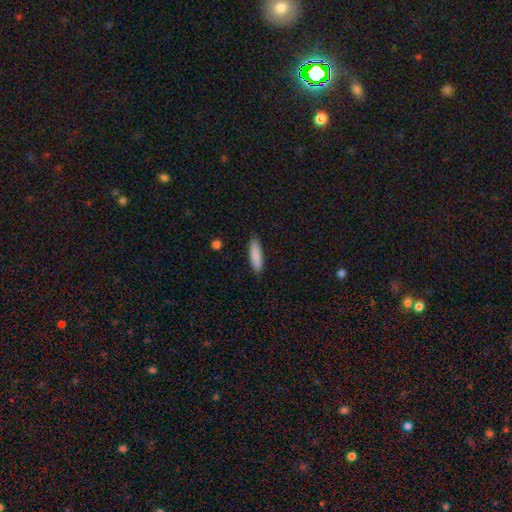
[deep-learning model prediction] Smooth or featured? Predicted: smooth (p=0.87). How rounded? Predicted: cigar-shaped (p=0.61). Merging? Predicted: none (p=0.88).